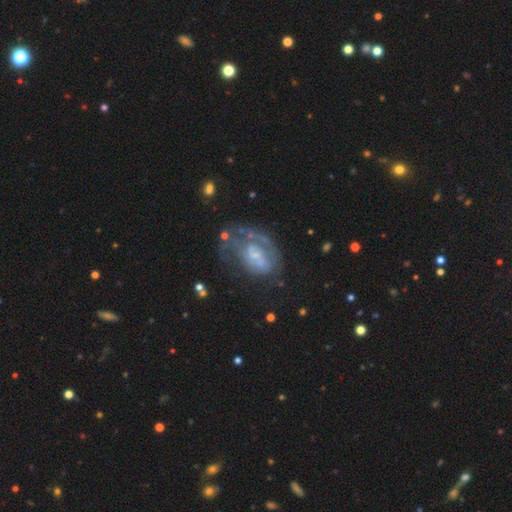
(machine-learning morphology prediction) featured or disk 66%, smooth 25%, star or artifact 9%. Down the decision tree: edge-on disk — no (96%); bar — no (65%); spiral arms — yes (54%); bulge size — small (46%); merging — none (38%).